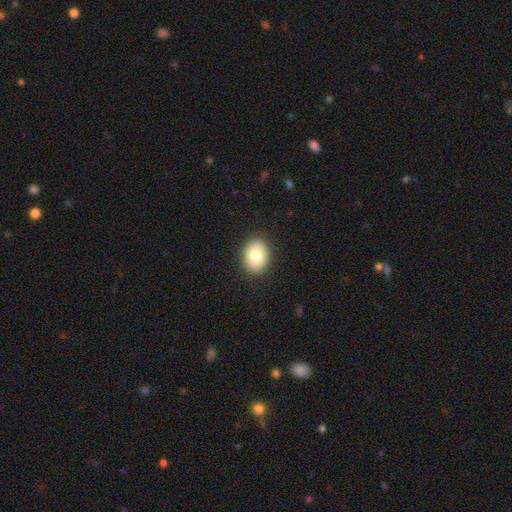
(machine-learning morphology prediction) This appears to be a smooth galaxy with no disk features (79%) that is in between round and cigar-shaped (56%). Merging: none (89%).